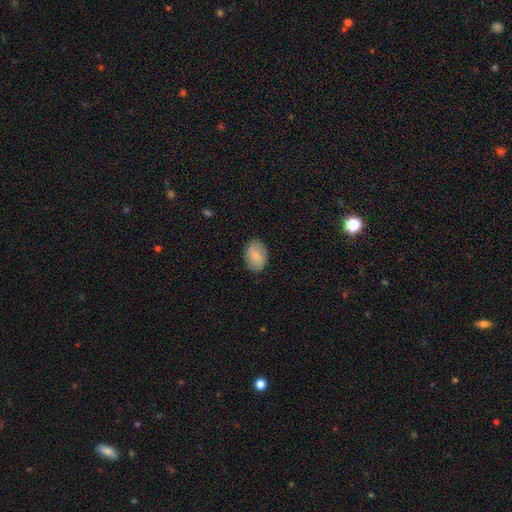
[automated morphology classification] This appears to be a smooth galaxy with no disk features (76%) that is in between round and cigar-shaped (81%). Merging: none (85%).